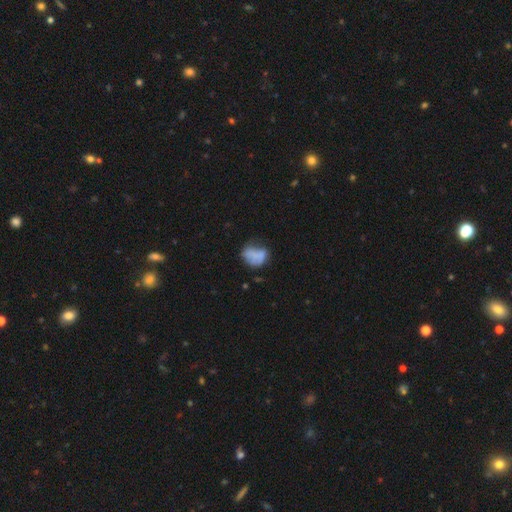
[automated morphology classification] type=smooth (62%); roundness=in between (58%); merging=none (36%).